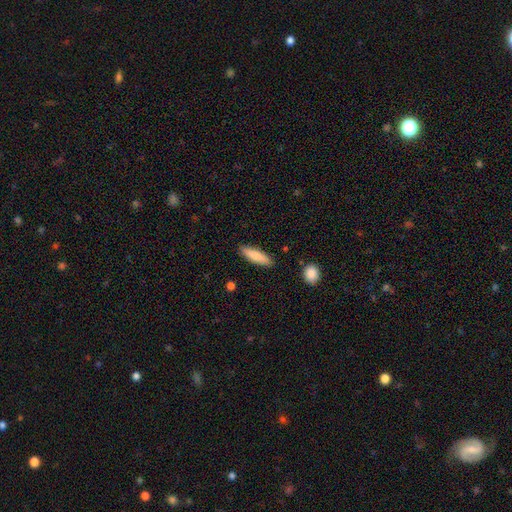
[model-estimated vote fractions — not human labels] Overall: smooth (81%). How rounded: cigar-shaped (68%; in between 30%). Merging: none (88%).